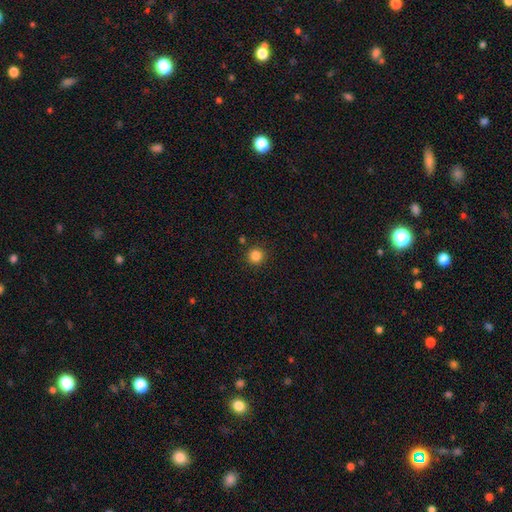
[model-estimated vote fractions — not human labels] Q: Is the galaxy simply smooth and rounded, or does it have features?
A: smooth — 84%.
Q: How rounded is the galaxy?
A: round — 95%.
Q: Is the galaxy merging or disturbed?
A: none — 90%.